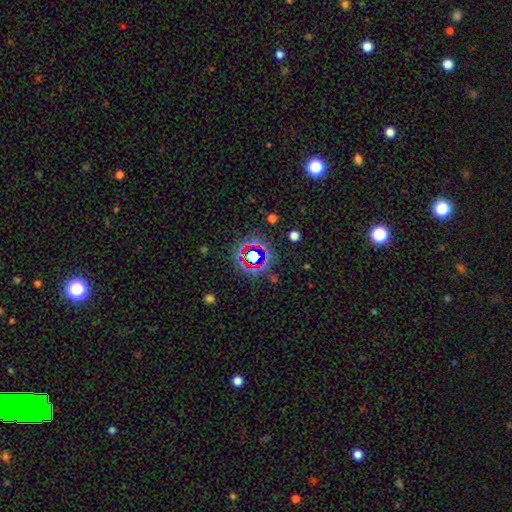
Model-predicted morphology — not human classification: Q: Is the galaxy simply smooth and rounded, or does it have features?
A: star or artifact — 69%.